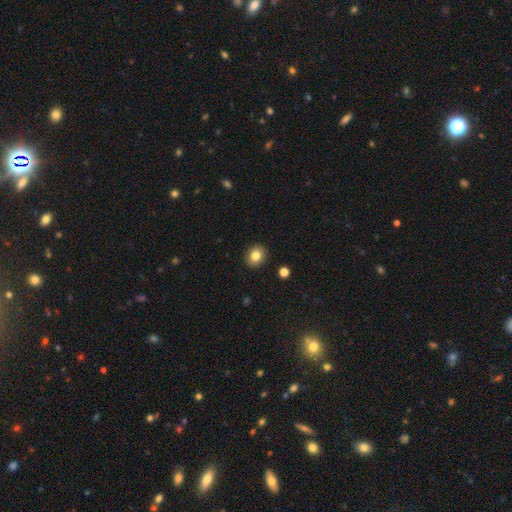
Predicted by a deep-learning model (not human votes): The model was most divided on "how rounded": round: 60%, in between: 39%, cigar-shaped: 1%. More confident: merging — none (90%); smooth or featured — smooth (83%).